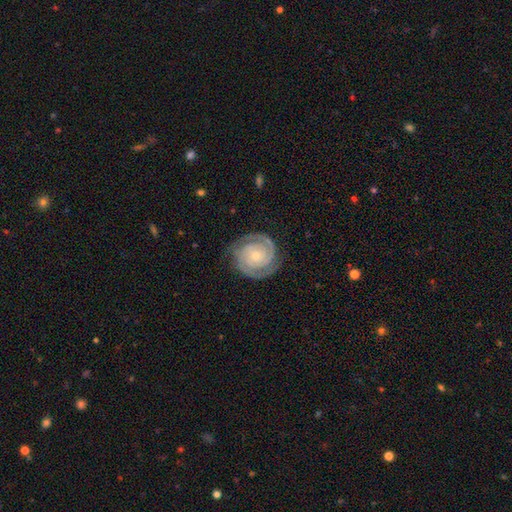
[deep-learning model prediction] This appears to be a featured or disk galaxy (90%) with no bar (75%), 2 (83%) tight (79%) spiral arms (98%) and a small central bulge (72%). Merging: none (82%).